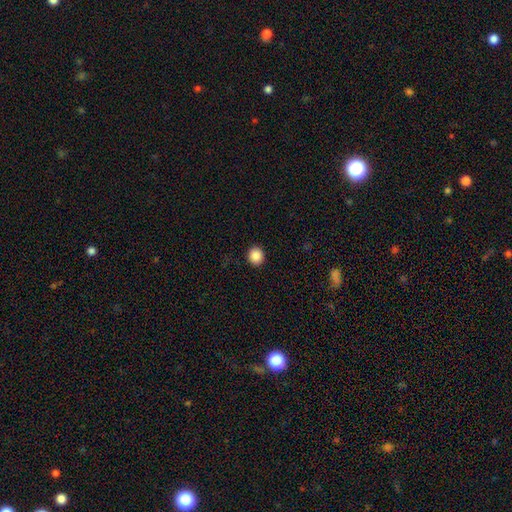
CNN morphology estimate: Smooth or featured? smooth (87%)
How rounded? round (84%)
Merging? none (92%)